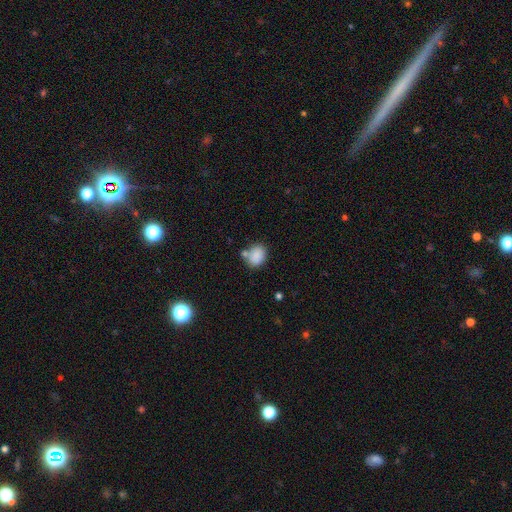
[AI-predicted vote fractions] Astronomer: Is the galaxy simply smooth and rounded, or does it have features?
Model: smooth — 86%.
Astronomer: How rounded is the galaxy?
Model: in between — 60% (runner-up: round, 39%).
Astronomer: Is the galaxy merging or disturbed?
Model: none — 62%.